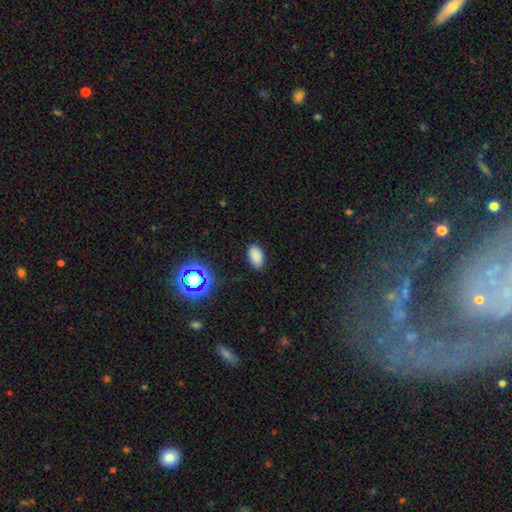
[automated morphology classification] Smooth or featured? Predicted: smooth (p=0.82). How rounded? Predicted: in between (p=0.93). Merging? Predicted: none (p=0.85).